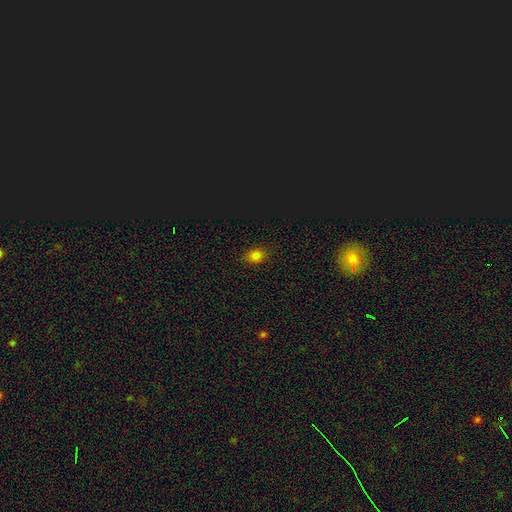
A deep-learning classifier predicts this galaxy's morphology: type=smooth (77%); roundness=in between (59%); merging=none (85%).